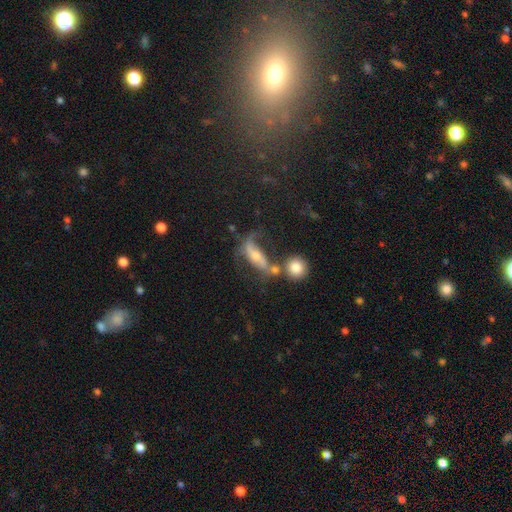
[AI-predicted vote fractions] Smooth or featured?
  - featured or disk: 60% *
  - smooth: 28%
  - star or artifact: 12%
Edge-on disk?
  - no: 75% *
  - yes: 25%
Merging?
  - none: 32% *
  - major disturbance: 28%
  - merger: 23%
  - minor disturbance: 17%